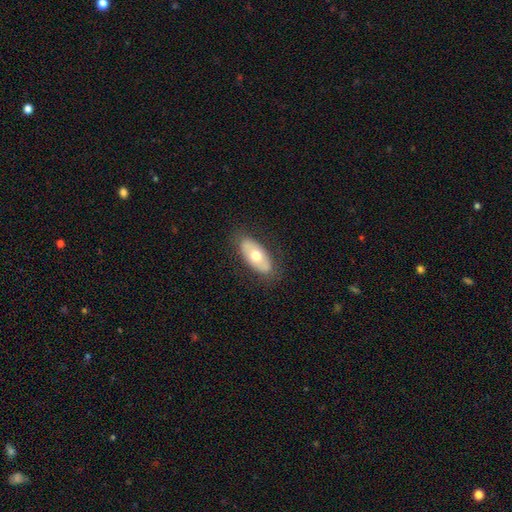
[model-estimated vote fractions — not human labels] Morphology: type=smooth (57%); roundness=in between (89%); merging=none (83%).